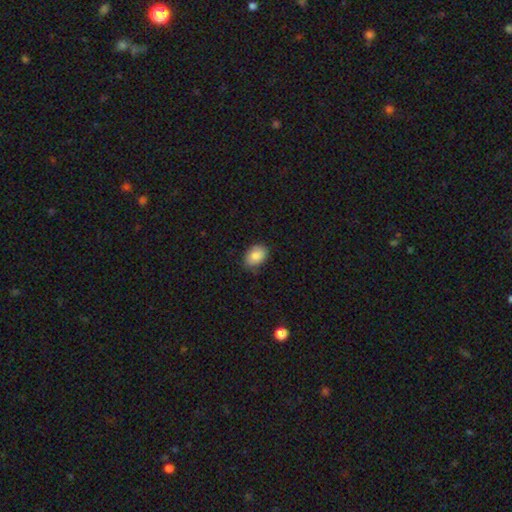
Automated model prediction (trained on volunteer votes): Overall: smooth (86%). How rounded: in between (78%). Merging: none (77%).